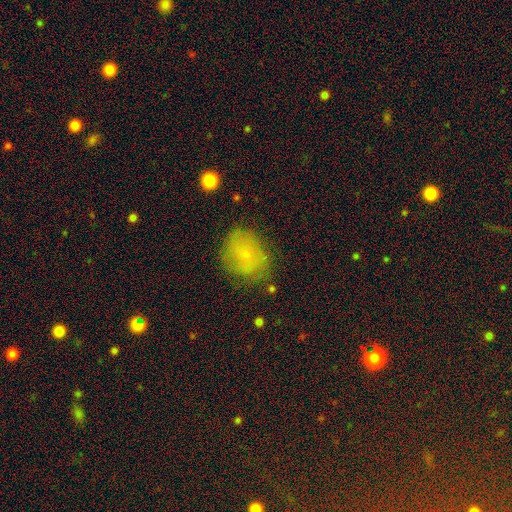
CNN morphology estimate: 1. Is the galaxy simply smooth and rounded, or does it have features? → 53% smooth, 33% star or artifact, 14% featured or disk.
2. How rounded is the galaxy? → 53% round, 45% in between, 2% cigar-shaped.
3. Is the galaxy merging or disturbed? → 78% none, 15% minor disturbance, 5% major disturbance, 2% merger.